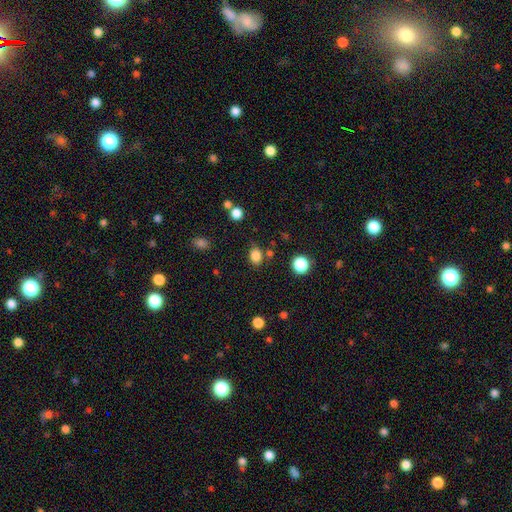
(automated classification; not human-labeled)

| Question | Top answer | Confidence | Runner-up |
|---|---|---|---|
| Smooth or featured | smooth | 83% | star or artifact (12%) |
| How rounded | in between | 51% | round (47%) |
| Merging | none | 75% | minor disturbance (14%) |